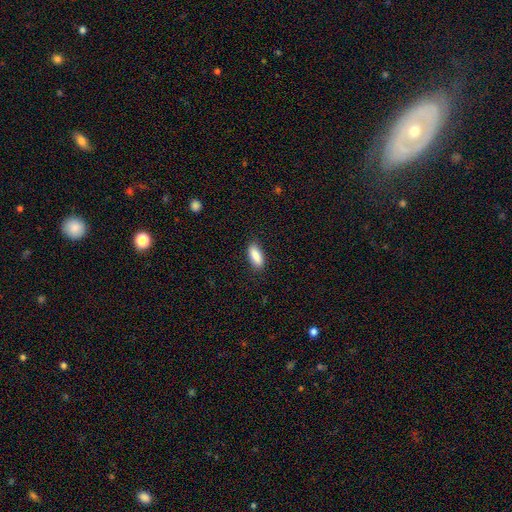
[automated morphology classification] Smooth or featured?
  - smooth: 88% *
  - star or artifact: 6%
  - featured or disk: 6%
How rounded?
  - in between: 77% *
  - cigar-shaped: 21%
  - round: 2%
Merging?
  - none: 87% *
  - minor disturbance: 10%
  - major disturbance: 2%
  - merger: 1%